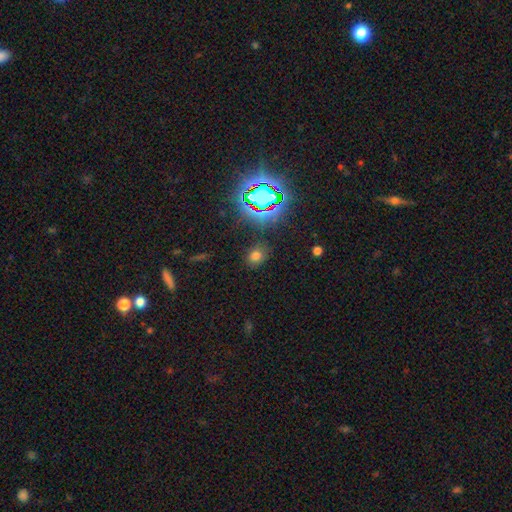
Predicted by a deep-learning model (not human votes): Smooth or featured? smooth (66%)
How rounded? round (61%)
Merging? none (83%)